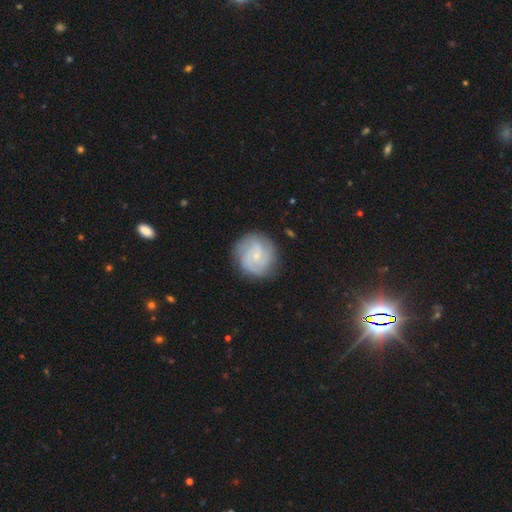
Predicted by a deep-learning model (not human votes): Smooth or featured?
  - featured or disk: 74% *
  - smooth: 20%
  - star or artifact: 6%
Edge-on disk?
  - no: 98% *
  - yes: 2%
Bar?
  - no: 66% *
  - weak: 30%
  - strong: 4%
Spiral arms?
  - yes: 94% *
  - no: 6%
Spiral winding?
  - tight: 53% *
  - medium: 38%
  - loose: 10%
Spiral arm count?
  - 3: 37% *
  - 2: 22%
  - can't tell: 20%
  - 4: 10%
  - 1: 5%
  - more than 4: 5%
Bulge size?
  - small: 78% *
  - moderate: 16%
  - none: 4%
  - large: 1%
  - dominant: 1%
Merging?
  - none: 82% *
  - minor disturbance: 13%
  - major disturbance: 4%
  - merger: 1%